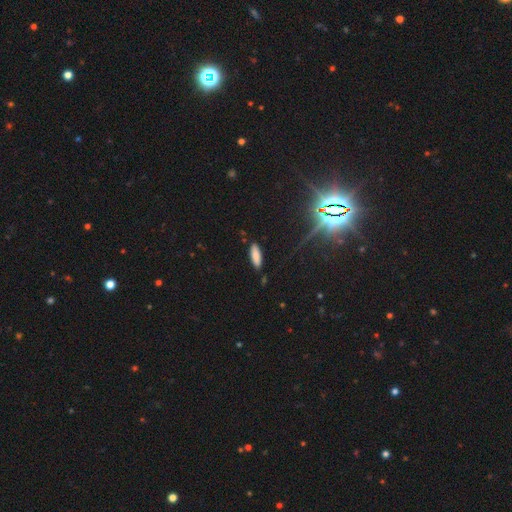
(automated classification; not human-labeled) This appears to be a smooth galaxy with no disk features (82%) that is in between round and cigar-shaped (56%). Merging: none (86%).